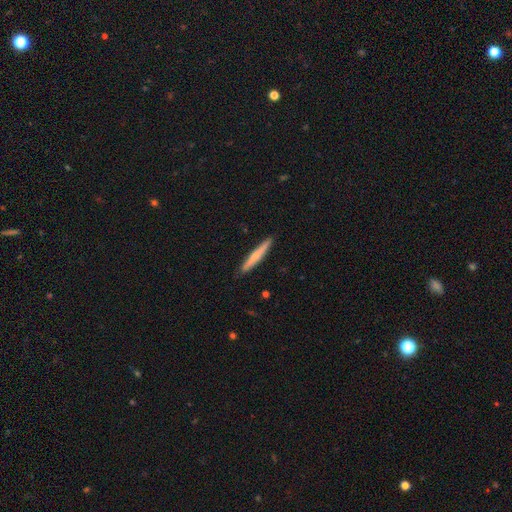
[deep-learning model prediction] Smooth or featured?
  - smooth: 63% *
  - featured or disk: 32%
  - star or artifact: 5%
How rounded?
  - cigar-shaped: 96% *
  - in between: 3%
  - round: 1%
Merging?
  - none: 90% *
  - minor disturbance: 7%
  - major disturbance: 1%
  - merger: 1%